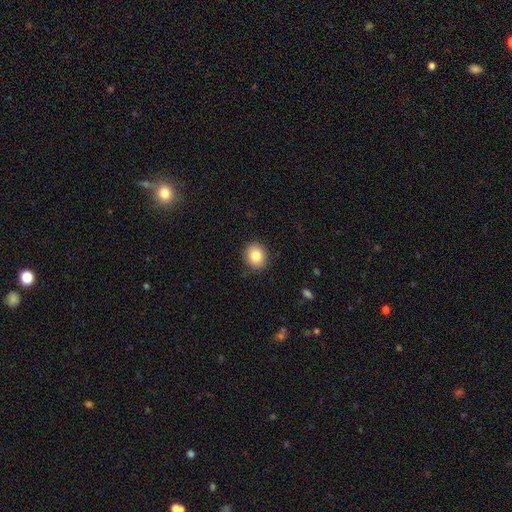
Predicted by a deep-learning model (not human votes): smooth 83%, star or artifact 9%, featured or disk 8%. Down the decision tree: how rounded — round (69%); merging — none (88%).